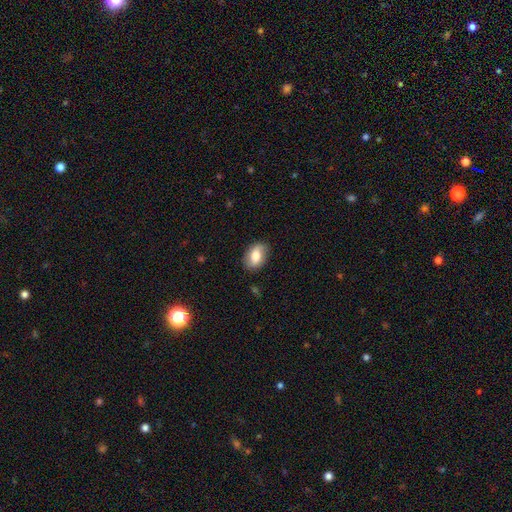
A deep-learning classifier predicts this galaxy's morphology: This is likely a smooth galaxy (69%). How rounded: clearly in between (83%). Merging: clearly none (82%).